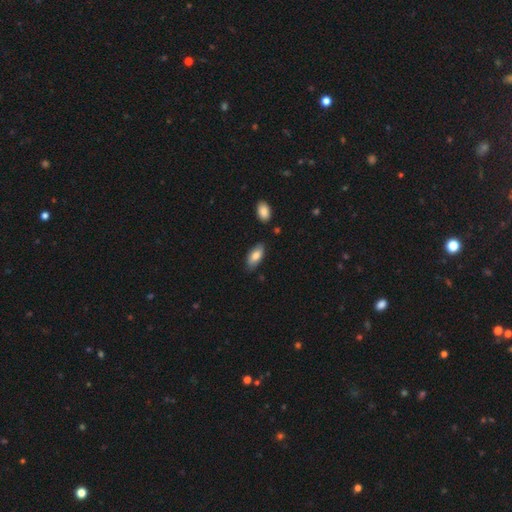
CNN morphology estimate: Q: Smooth or featured?
A: smooth (80%); runner-up: featured or disk (14%)
Q: How rounded?
A: in between (87%); runner-up: cigar-shaped (11%)
Q: Merging?
A: none (81%); runner-up: minor disturbance (13%)